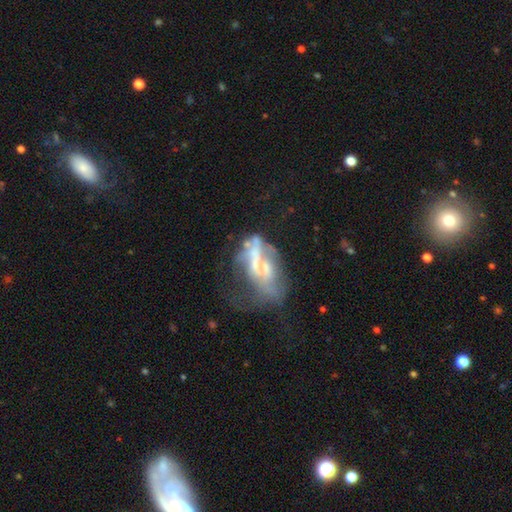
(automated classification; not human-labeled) The model was most divided on "merging": major disturbance: 37%, none: 24%, merger: 22%, minor disturbance: 17%. Remaining: edge-on disk — no (89%); spiral arms — no (86%); bar — no (75%); smooth or featured — featured or disk (61%); bulge size — none (42%).